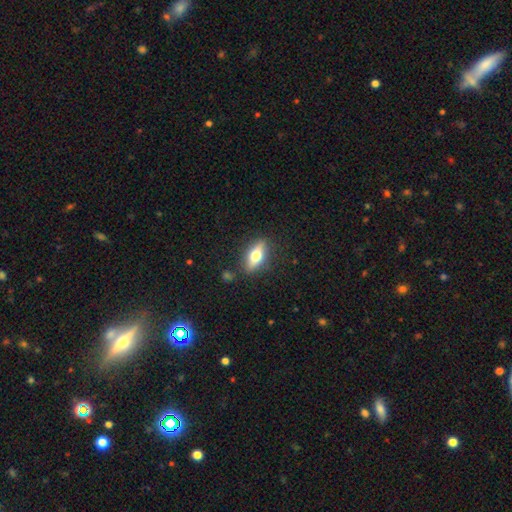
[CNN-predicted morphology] Overall: smooth (56%; featured or disk 37%). How rounded: in between (68%). Merging: none (84%).